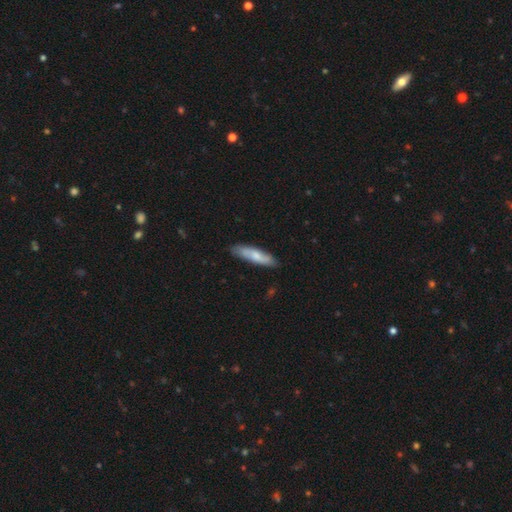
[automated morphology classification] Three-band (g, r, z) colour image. It shows a smooth galaxy with no disk features (68%) that is cigar-shaped (74%). Merging: none (84%).